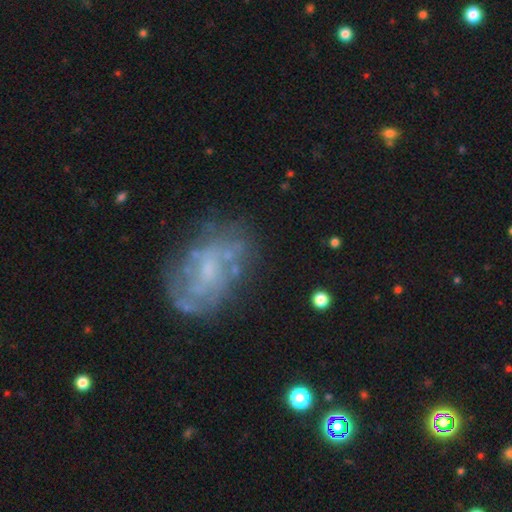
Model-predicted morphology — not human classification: Q: Smooth or featured?
A: featured or disk (64%); runner-up: smooth (24%)
Q: Edge-on disk?
A: no (96%); runner-up: yes (4%)
Q: Bar?
A: no (64%); runner-up: weak (30%)
Q: Spiral arms?
A: yes (52%); runner-up: no (48%)
Q: Bulge size?
A: small (46%); runner-up: none (29%)
Q: Merging?
A: none (61%); runner-up: minor disturbance (21%)